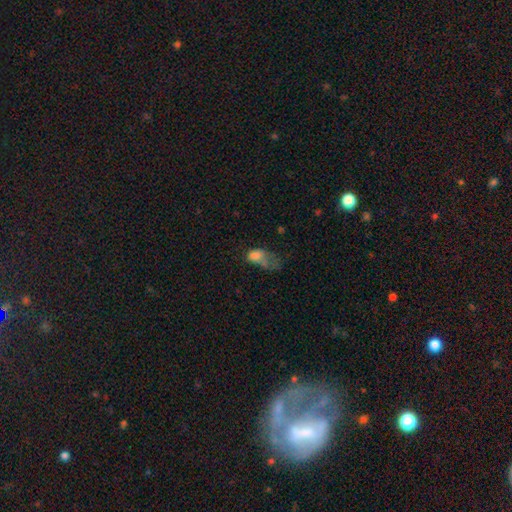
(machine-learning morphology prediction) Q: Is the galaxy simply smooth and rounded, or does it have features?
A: smooth — 67%.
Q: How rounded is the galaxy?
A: in between — 82%.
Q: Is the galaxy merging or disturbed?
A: major disturbance — 52%.